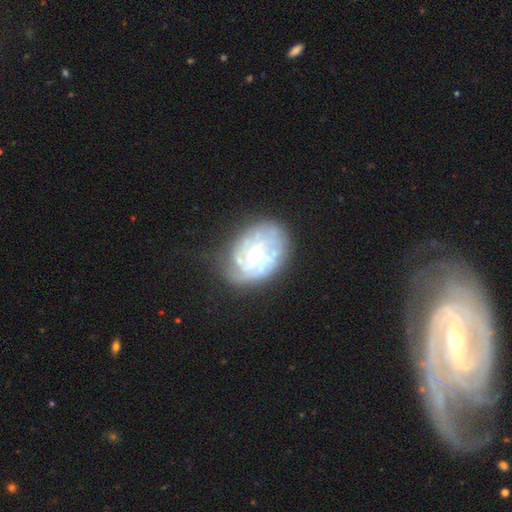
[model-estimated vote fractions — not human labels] smooth_or_featured: featured or disk (p=0.75) [alt: smooth p=0.17]
disk_edge_on: no (p=0.97) [alt: yes p=0.03]
bar: no (p=0.68) [alt: weak p=0.27]
has_spiral_arms: yes (p=0.78) [alt: no p=0.22]
spiral_winding: tight (p=0.55) [alt: medium p=0.31]
spiral_arm_count: can't tell (p=0.52) [alt: 2 p=0.14]
bulge_size: moderate (p=0.56) [alt: small p=0.33]
merging: none (p=0.59) [alt: minor disturbance p=0.23]